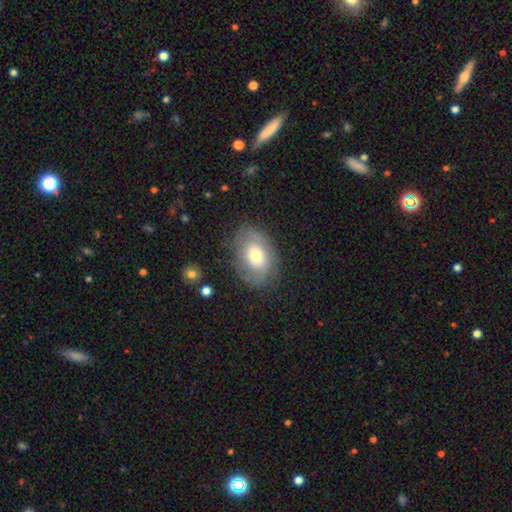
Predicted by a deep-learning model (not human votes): Morphology: type=smooth (55%); roundness=in between (80%); merging=none (76%).